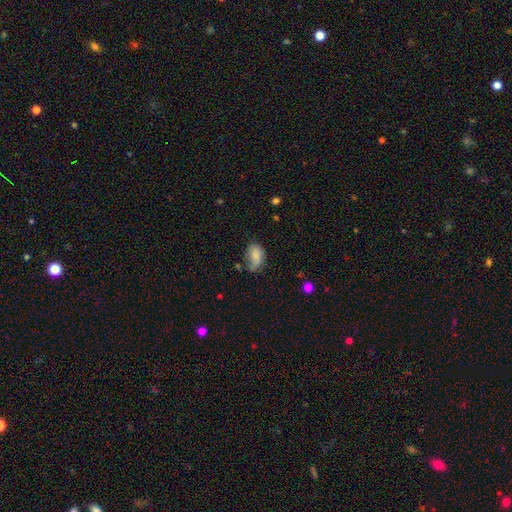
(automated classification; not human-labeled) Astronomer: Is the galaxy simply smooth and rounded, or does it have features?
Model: smooth — 81%.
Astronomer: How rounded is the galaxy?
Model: in between — 88%.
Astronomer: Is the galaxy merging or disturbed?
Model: none — 45% (runner-up: minor disturbance, 37%).